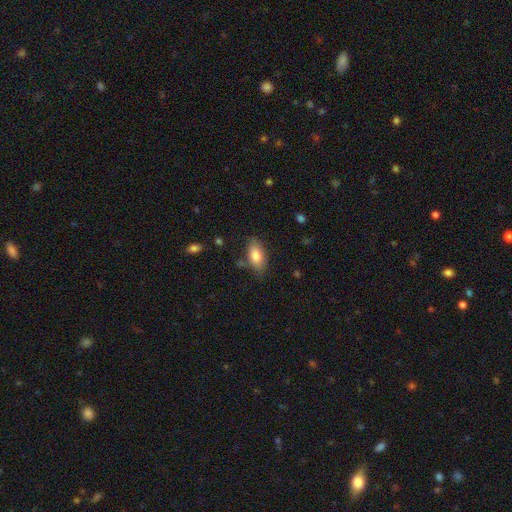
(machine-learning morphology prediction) This appears to be a smooth galaxy with no disk features (81%) that is in between round and cigar-shaped (89%). Merging: none (76%).